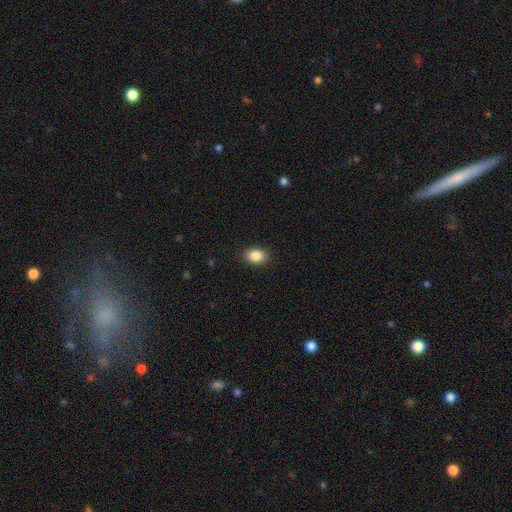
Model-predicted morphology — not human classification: The model was most divided on "how rounded": in between: 73%, round: 26%, cigar-shaped: 1%. More confident: merging — none (89%); smooth or featured — smooth (87%).